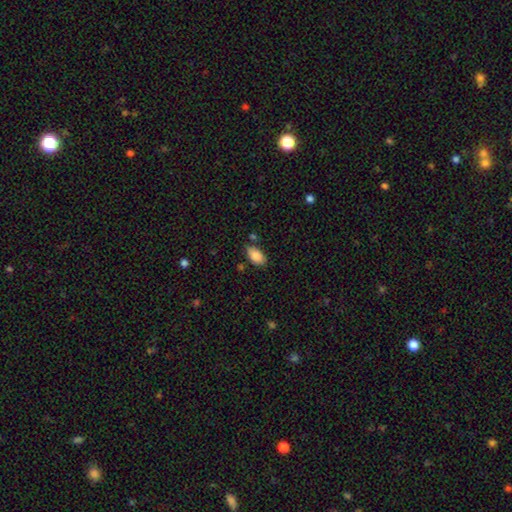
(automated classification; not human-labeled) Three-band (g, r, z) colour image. It shows a smooth galaxy with no disk features (87%) that is in between round and cigar-shaped (94%). Merging: none (74%).